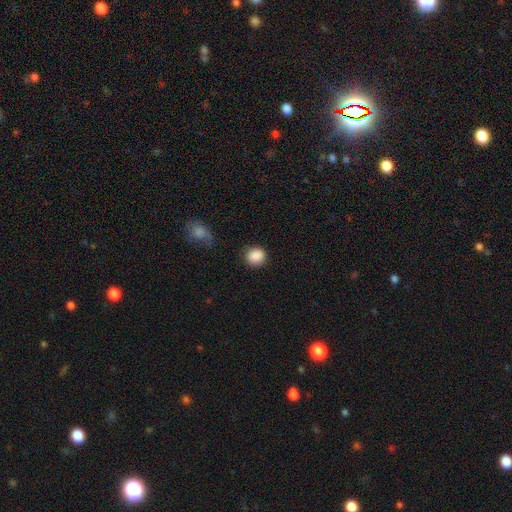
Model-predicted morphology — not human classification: The model was most divided on "how rounded": round: 84%, in between: 15%, cigar-shaped: 1%. More confident: smooth or featured — smooth (88%); merging — none (84%).